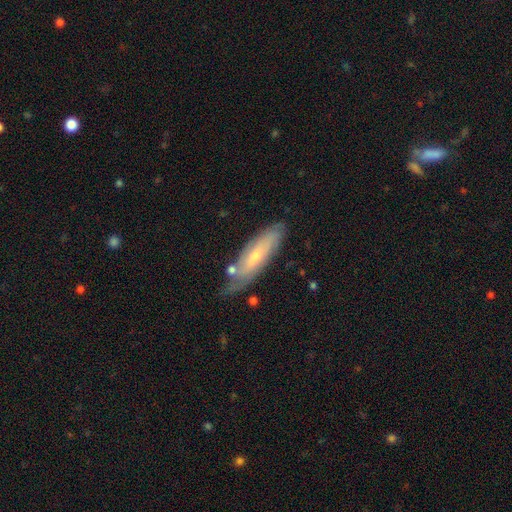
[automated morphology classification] This appears to be a featured or disk galaxy (51%). Merging: none (61%).